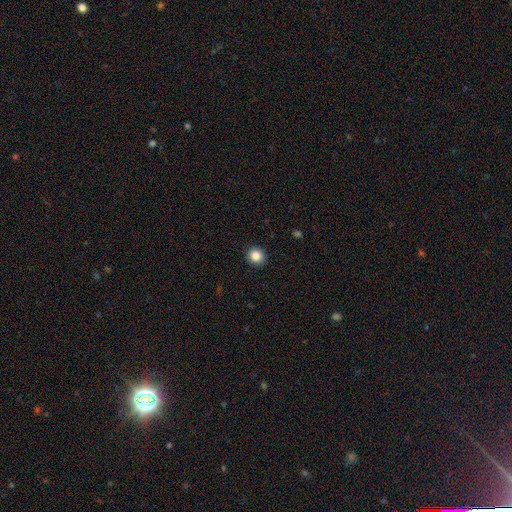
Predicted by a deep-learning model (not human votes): Smooth or featured? smooth (86%)
How rounded? round (89%)
Merging? none (92%)